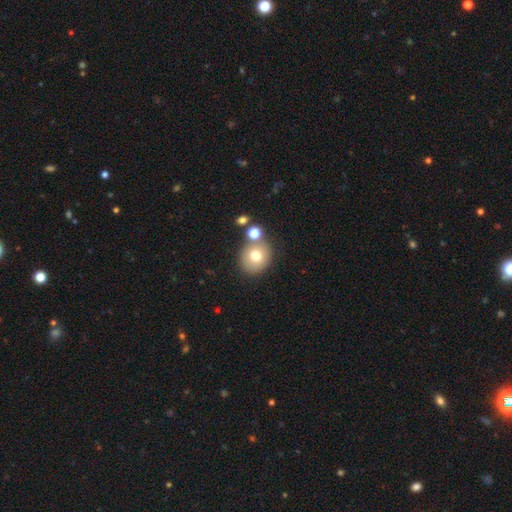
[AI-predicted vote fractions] A smooth galaxy with no disk features (73%) that is round (80%). Merging: none (69%).